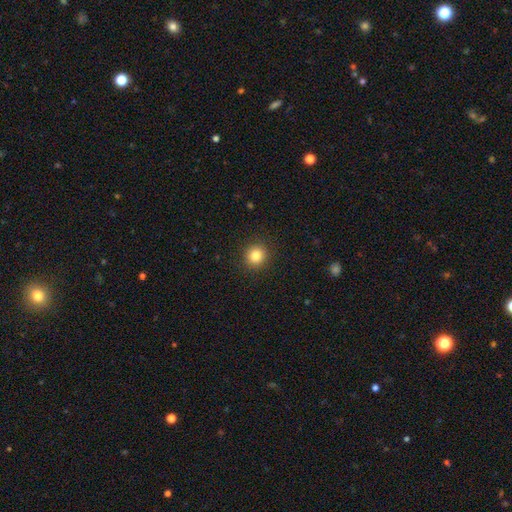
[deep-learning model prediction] Morphology: type=smooth (82%); roundness=round (90%); merging=none (91%).